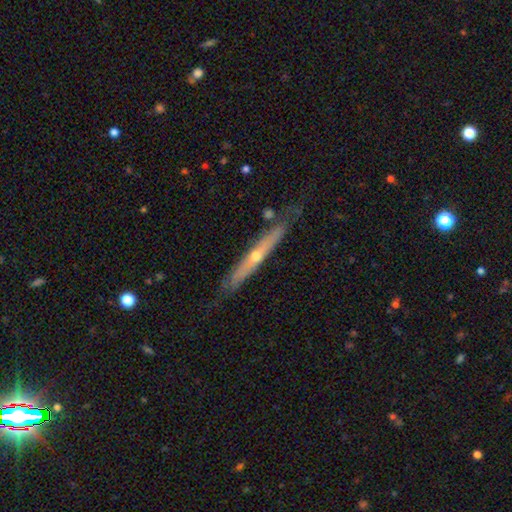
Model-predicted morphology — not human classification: type=featured or disk (68%); edge-on=yes (90%); edge-on bulge=rounded (74%); merging=none (79%).